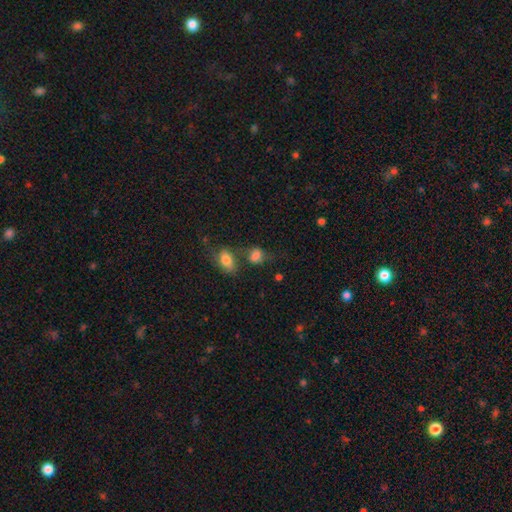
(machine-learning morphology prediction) smooth_or_featured: smooth (p=0.77) [alt: featured or disk p=0.12]
how_rounded: in between (p=0.57) [alt: round p=0.41]
merging: none (p=0.42) [alt: merger p=0.29]